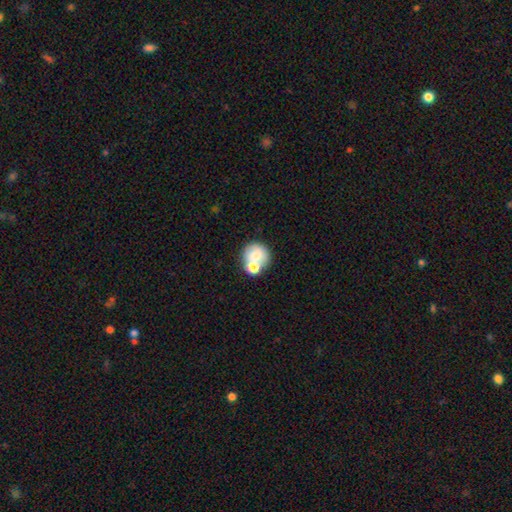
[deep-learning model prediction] Q: Smooth or featured?
A: smooth (71%); runner-up: featured or disk (19%)
Q: How rounded?
A: round (80%); runner-up: in between (19%)
Q: Merging?
A: merger (44%); runner-up: none (40%)